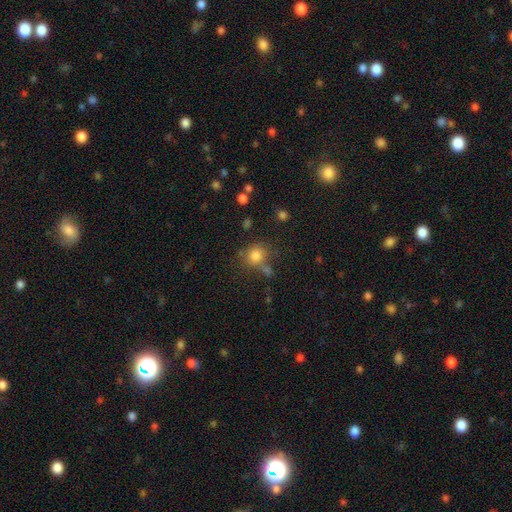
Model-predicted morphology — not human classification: Q: Smooth or featured?
A: smooth (81%); runner-up: star or artifact (12%)
Q: How rounded?
A: round (78%); runner-up: in between (21%)
Q: Merging?
A: none (63%); runner-up: merger (16%)